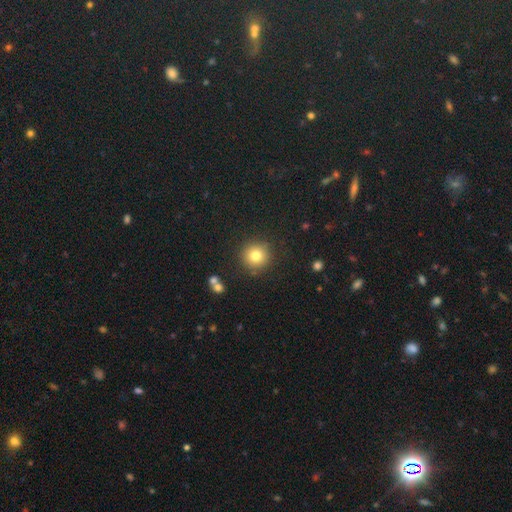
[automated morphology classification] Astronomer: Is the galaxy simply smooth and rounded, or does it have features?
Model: smooth — 79%.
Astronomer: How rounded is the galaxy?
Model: round — 94%.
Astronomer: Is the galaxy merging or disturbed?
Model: none — 88%.